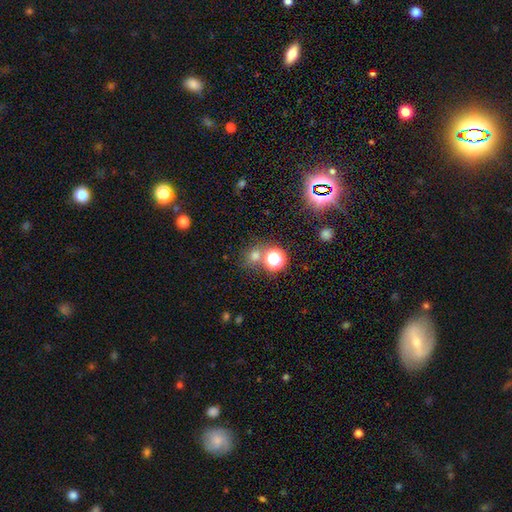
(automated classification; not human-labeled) smooth_or_featured: smooth (p=0.49) [alt: star or artifact p=0.43]
merging: none (p=0.72) [alt: merger p=0.16]